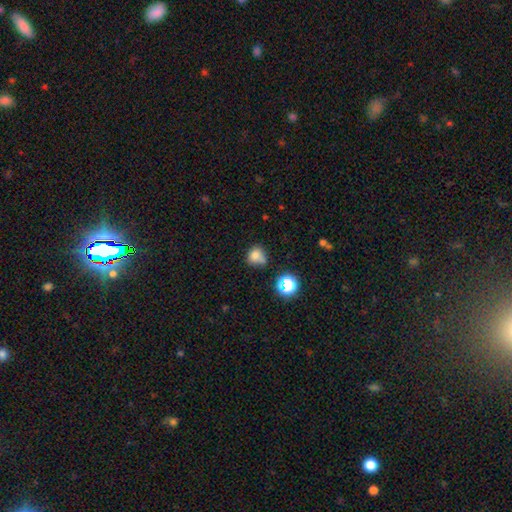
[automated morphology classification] smooth 74%, star or artifact 15%, featured or disk 11%. Down the decision tree: how rounded — round (69%); merging — none (46%).